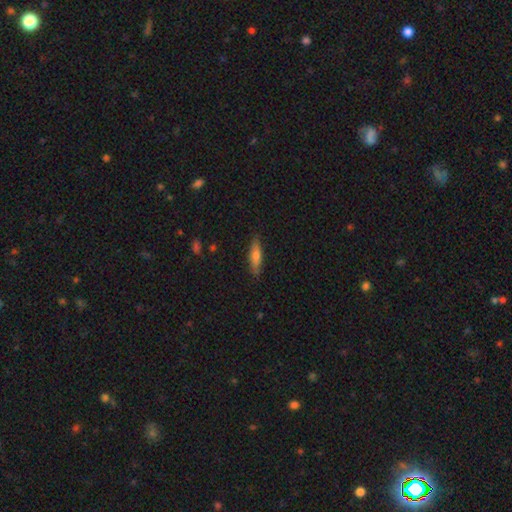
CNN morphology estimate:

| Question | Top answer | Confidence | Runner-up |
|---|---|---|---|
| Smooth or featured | smooth | 71% | featured or disk (23%) |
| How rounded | cigar-shaped | 68% | in between (30%) |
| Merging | none | 86% | minor disturbance (11%) |